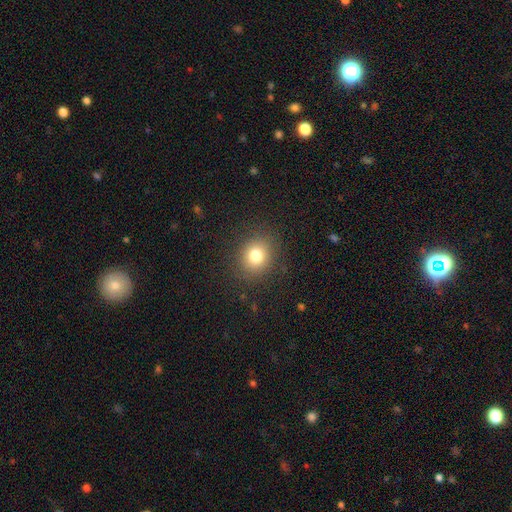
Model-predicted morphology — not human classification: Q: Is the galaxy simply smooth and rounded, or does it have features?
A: smooth — 79%.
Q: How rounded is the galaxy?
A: round — 75%.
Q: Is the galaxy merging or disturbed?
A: none — 88%.